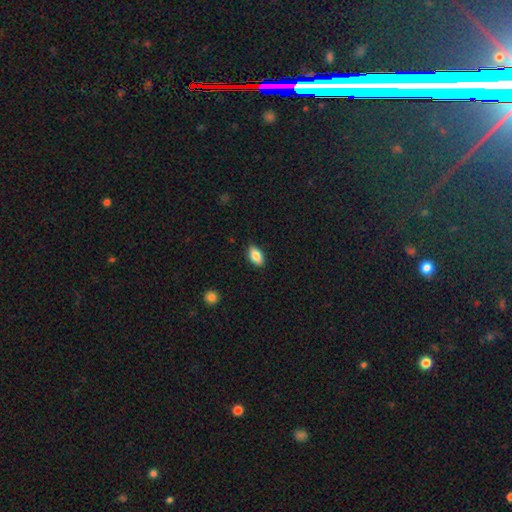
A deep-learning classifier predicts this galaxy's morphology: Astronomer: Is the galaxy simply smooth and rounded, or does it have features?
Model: smooth — 82%.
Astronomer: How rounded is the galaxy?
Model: in between — 90%.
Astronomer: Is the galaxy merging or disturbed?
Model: none — 86%.